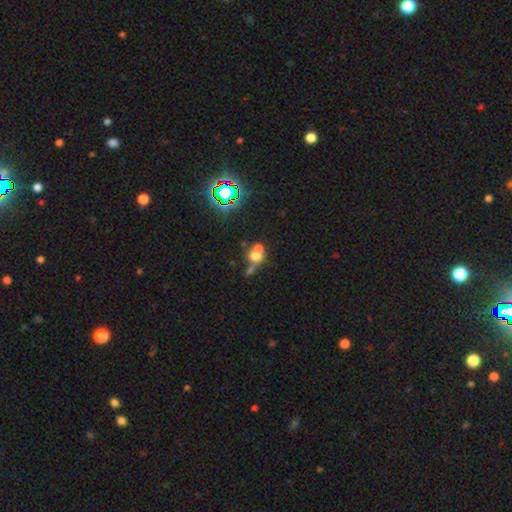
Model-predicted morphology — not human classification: This is possibly a smooth galaxy (59%). How rounded: likely round (77%). Merging: possibly merger (56%).